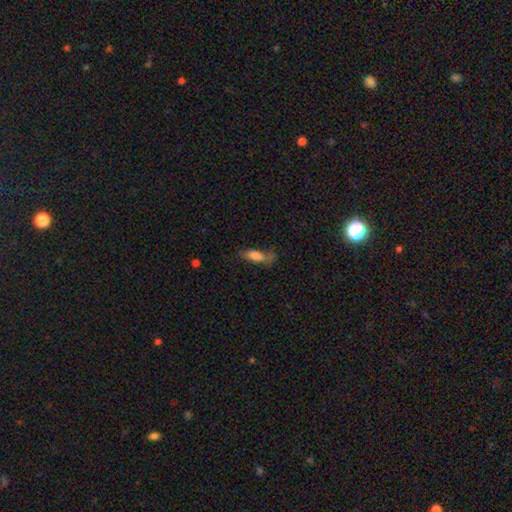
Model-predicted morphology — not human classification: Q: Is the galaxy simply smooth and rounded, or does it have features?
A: smooth — 77%.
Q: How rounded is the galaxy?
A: in between — 69%.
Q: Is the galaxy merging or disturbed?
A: none — 50%.